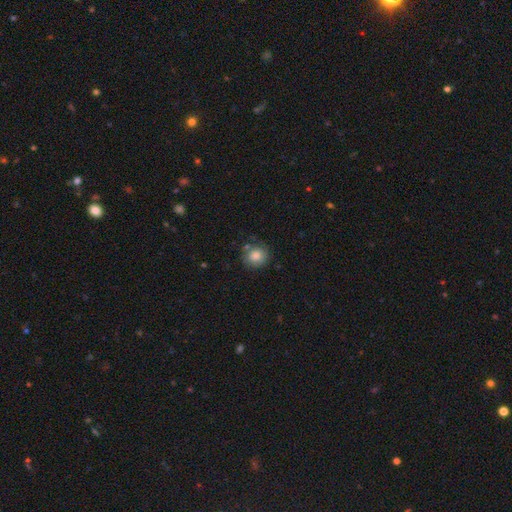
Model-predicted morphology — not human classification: Smooth or featured: smooth — 83% (featured or disk — 9%)
How rounded: round — 85% (in between — 14%)
Merging: none — 72% (minor disturbance — 17%)